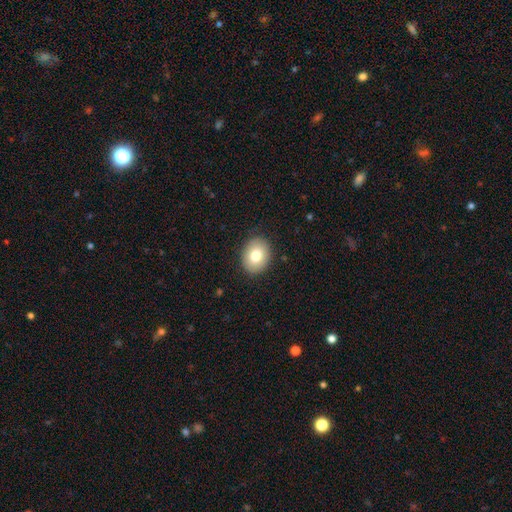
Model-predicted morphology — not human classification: Smooth or featured: smooth — 79% (featured or disk — 13%)
How rounded: in between — 50% (tied with round — 50%)
Merging: none — 88% (minor disturbance — 9%)